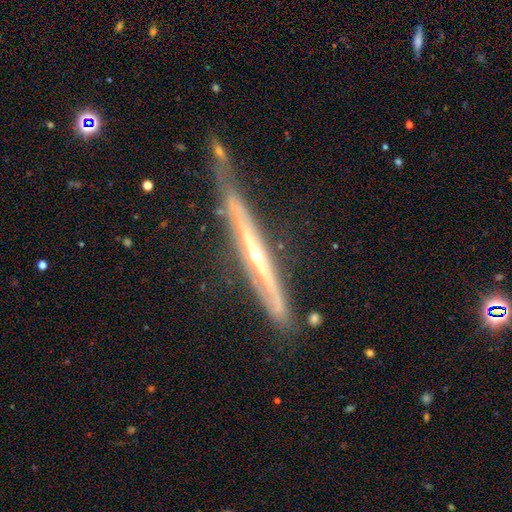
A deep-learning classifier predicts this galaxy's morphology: smooth-or-featured: featured or disk: 84% | smooth: 10% | star or artifact: 6%
  disk-edge-on: yes: 93% | no: 7%
    edge-on-bulge: rounded: 67% | none: 29% | boxy: 4%
  merging: none: 54% | minor disturbance: 32% | major disturbance: 9% | merger: 5%